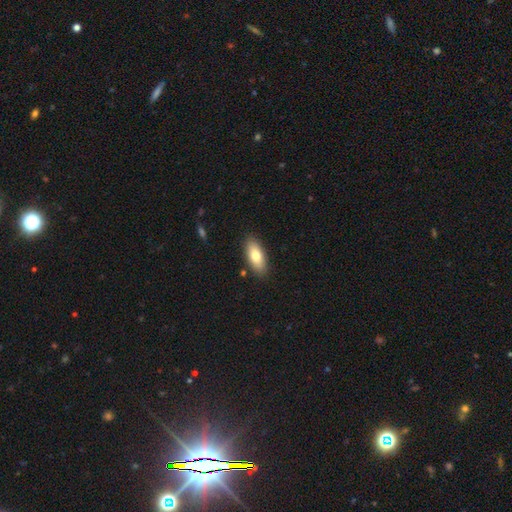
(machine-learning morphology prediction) The model was most divided on "smooth or featured": smooth: 76%, featured or disk: 18%, star or artifact: 6%. More confident: merging — none (87%); how rounded — in between (84%).